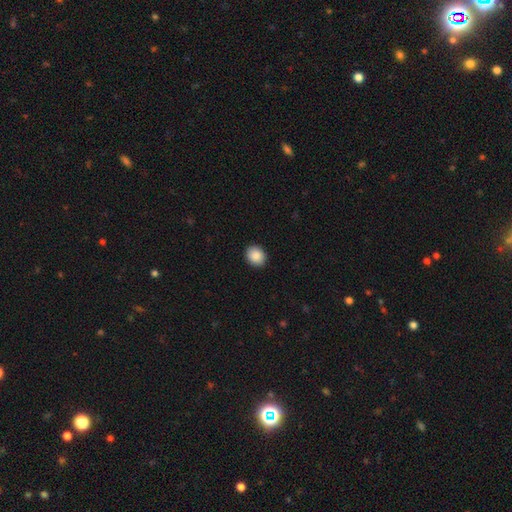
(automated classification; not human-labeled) Smooth or featured?
  - smooth: 89% *
  - star or artifact: 8%
  - featured or disk: 3%
How rounded?
  - round: 58% *
  - in between: 41%
  - cigar-shaped: 1%
Merging?
  - none: 91% *
  - minor disturbance: 6%
  - major disturbance: 2%
  - merger: 1%